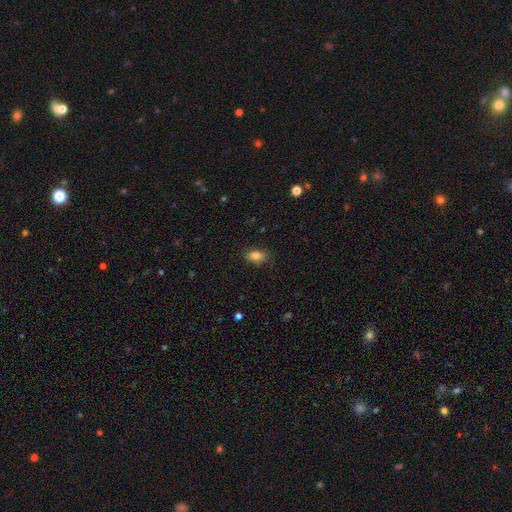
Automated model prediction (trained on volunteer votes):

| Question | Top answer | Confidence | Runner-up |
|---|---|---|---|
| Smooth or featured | smooth | 84% | star or artifact (10%) |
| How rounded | in between | 84% | round (13%) |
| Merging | none | 80% | minor disturbance (15%) |